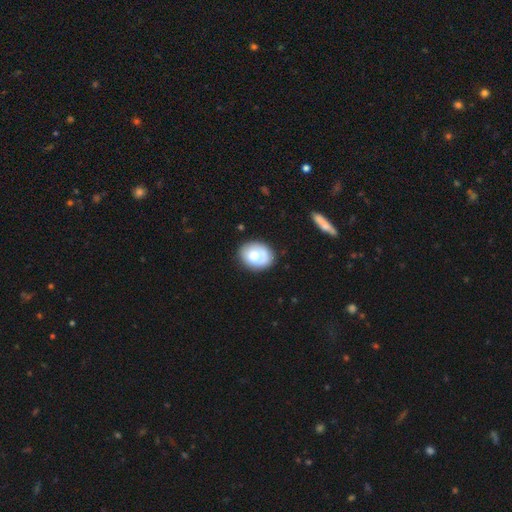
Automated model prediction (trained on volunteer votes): smooth-or-featured: smooth: 66% | featured or disk: 28% | star or artifact: 7%
  how-rounded: round: 50% | in between: 49% | cigar-shaped: 1%
  merging: none: 71% | minor disturbance: 19% | major disturbance: 6% | merger: 3%